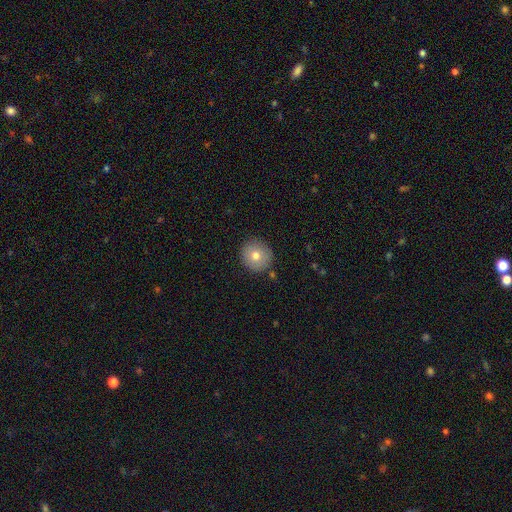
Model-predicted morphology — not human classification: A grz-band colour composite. It shows a smooth galaxy with no disk features (75%) that is round (92%). Merging: none (87%).